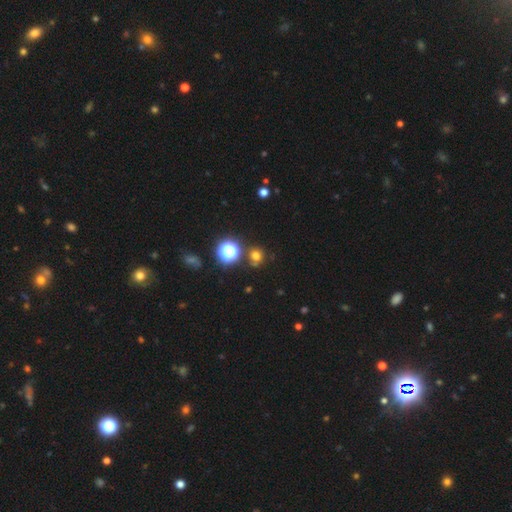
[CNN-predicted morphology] Overall: smooth (66%; star or artifact 27%). How rounded: round (86%). Merging: none (76%).